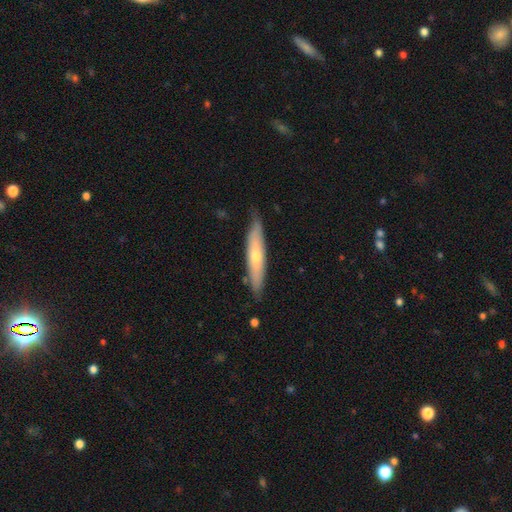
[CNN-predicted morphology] Smooth or featured? Predicted: smooth (p=0.49). Merging? Predicted: none (p=0.80).